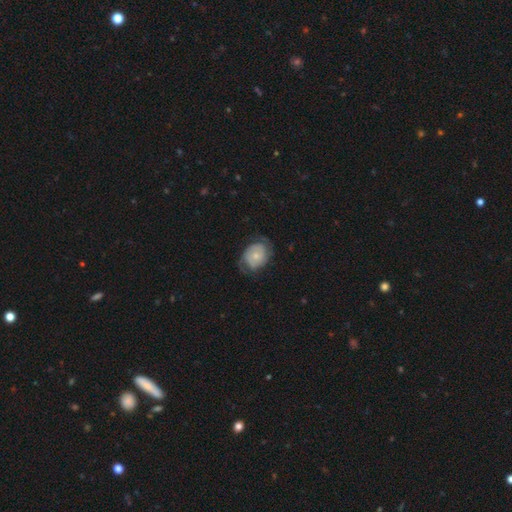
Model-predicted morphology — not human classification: smooth-or-featured: featured or disk: 57% | smooth: 37% | star or artifact: 6%
  disk-edge-on: no: 97% | yes: 3%
    bar: no: 76% | weak: 20% | strong: 4%
    has-spiral-arms: yes: 80% | no: 20%
    bulge-size: small: 59% | moderate: 32% | none: 4% | large: 3% | dominant: 1%
  merging: none: 58% | minor disturbance: 25% | major disturbance: 15% | merger: 1%